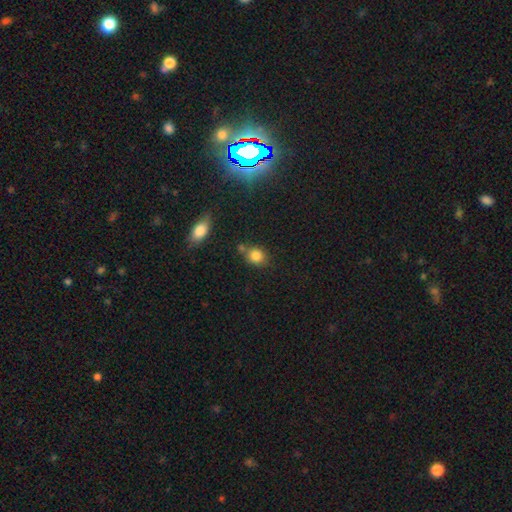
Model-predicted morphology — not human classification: type=smooth (82%); roundness=round (57%); merging=none (63%).